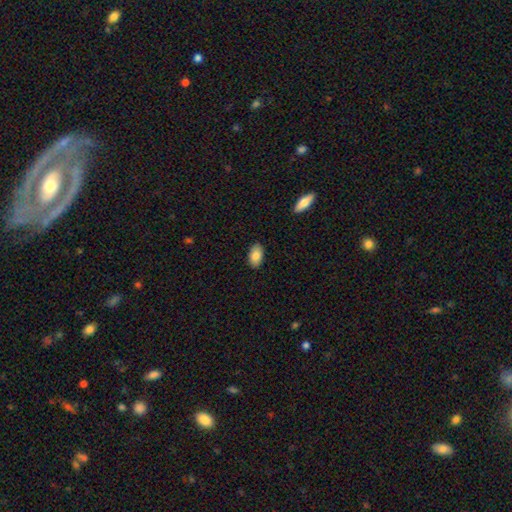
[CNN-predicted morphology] Q: Smooth or featured?
A: smooth (85%); runner-up: featured or disk (8%)
Q: How rounded?
A: in between (93%); runner-up: round (5%)
Q: Merging?
A: none (88%); runner-up: minor disturbance (9%)